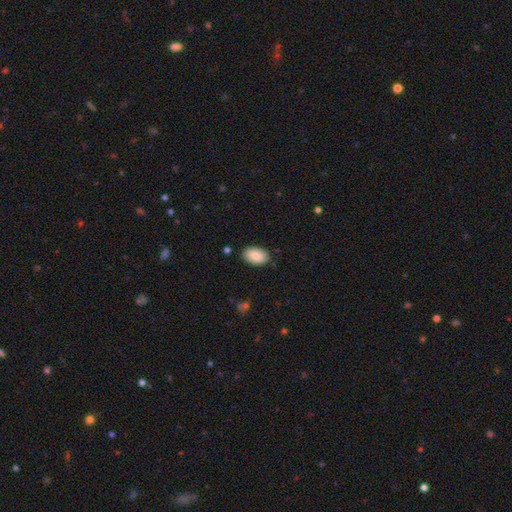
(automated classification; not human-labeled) This is clearly a smooth galaxy (87%). How rounded: clearly in between (92%). Merging: clearly none (86%).